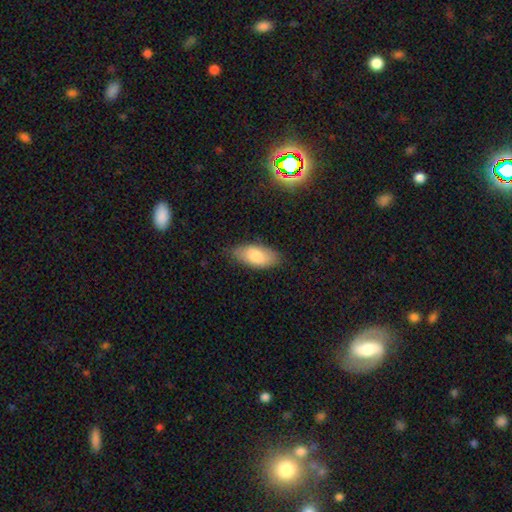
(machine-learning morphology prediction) smooth_or_featured: smooth (p=0.81) [alt: featured or disk p=0.12]
how_rounded: in between (p=0.91) [alt: cigar-shaped p=0.06]
merging: none (p=0.77) [alt: minor disturbance p=0.18]